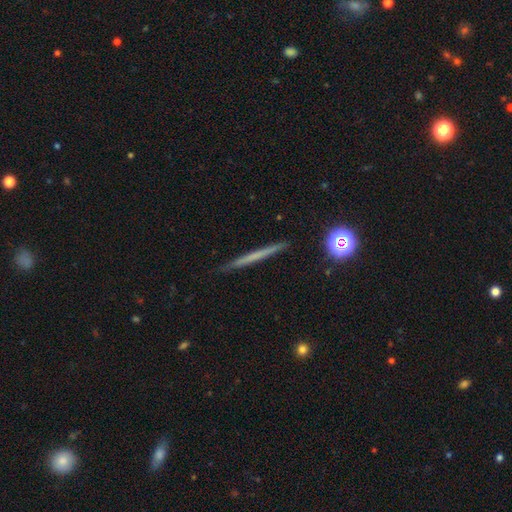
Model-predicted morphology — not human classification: Overall: smooth (46%; featured or disk 44%). Merging: none (90%).